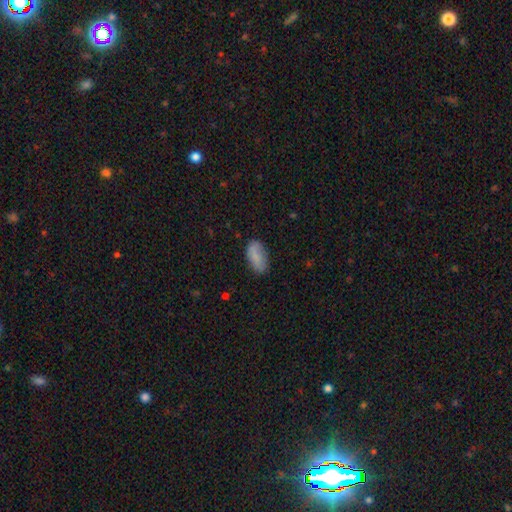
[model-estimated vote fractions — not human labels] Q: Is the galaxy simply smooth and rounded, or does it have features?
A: smooth — 84%.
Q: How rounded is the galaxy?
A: in between — 93%.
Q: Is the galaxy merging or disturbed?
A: none — 74%.